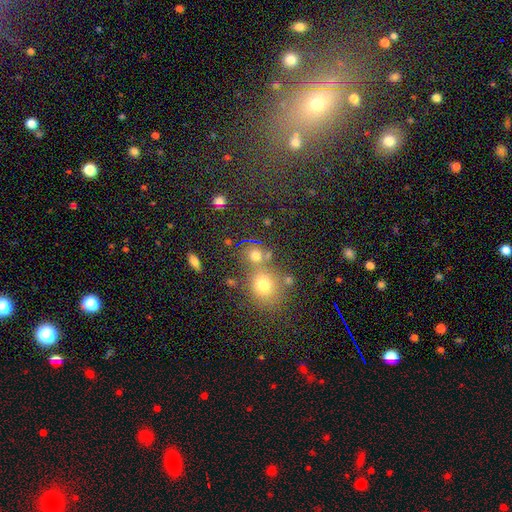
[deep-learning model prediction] Smooth or featured: smooth — 71% (star or artifact — 20%)
How rounded: round — 83% (in between — 16%)
Merging: none — 56% (merger — 32%)